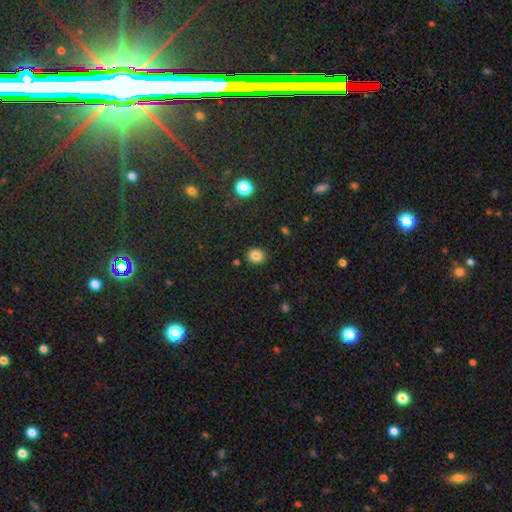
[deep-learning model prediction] Morphology: type=smooth (84%); roundness=round (70%); merging=none (89%).